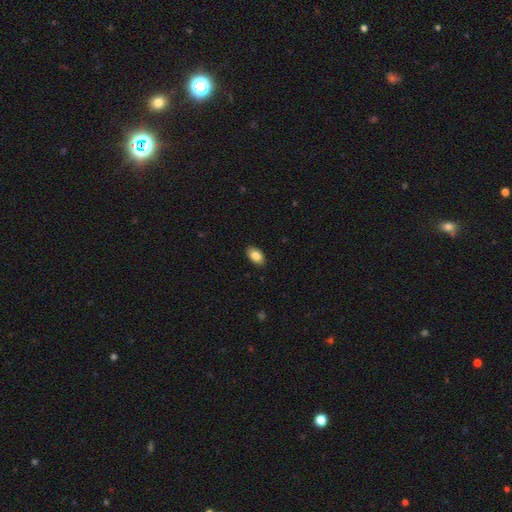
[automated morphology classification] Q: Smooth or featured?
A: smooth (86%); runner-up: star or artifact (7%)
Q: How rounded?
A: in between (92%); runner-up: round (7%)
Q: Merging?
A: none (89%); runner-up: minor disturbance (8%)